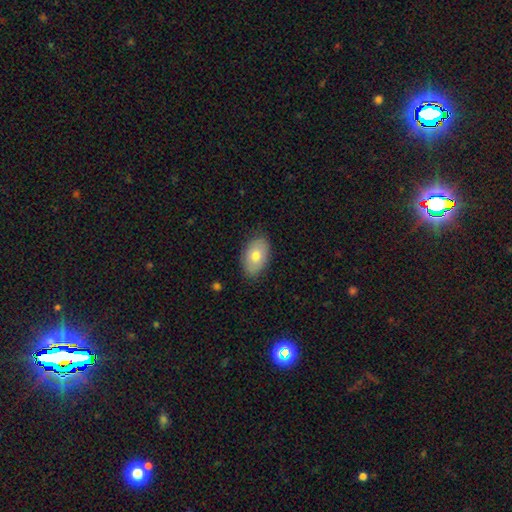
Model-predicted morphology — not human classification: Smooth or featured? Predicted: smooth (p=0.72). How rounded? Predicted: in between (p=0.90). Merging? Predicted: none (p=0.83).